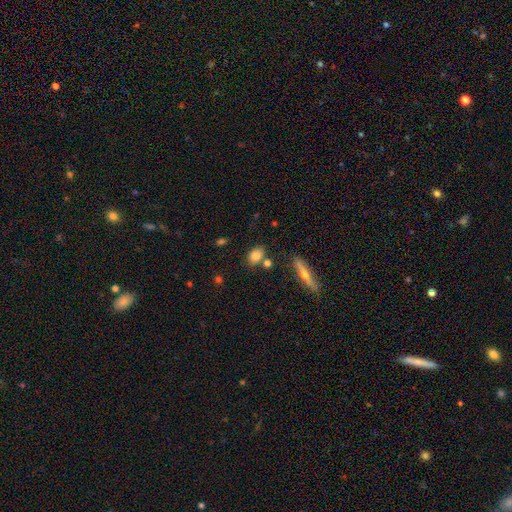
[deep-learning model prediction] smooth 80%, featured or disk 11%, star or artifact 9%. Down the decision tree: how rounded — in between (76%); merging — none (71%).